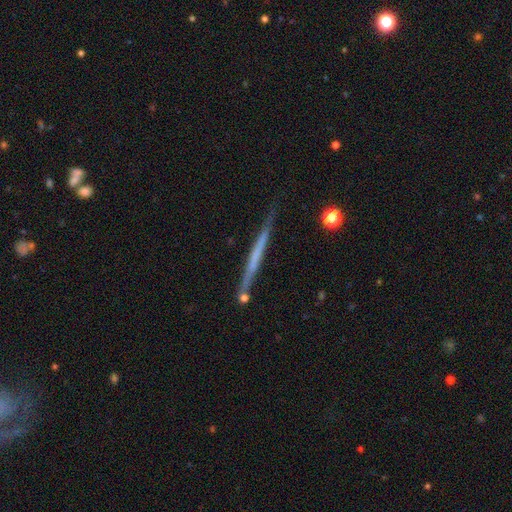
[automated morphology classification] Q: Smooth or featured?
A: featured or disk (60%); runner-up: smooth (34%)
Q: Edge-on disk?
A: yes (97%); runner-up: no (3%)
Q: Edge-on bulge?
A: none (87%); runner-up: rounded (7%)
Q: Merging?
A: none (81%); runner-up: minor disturbance (12%)